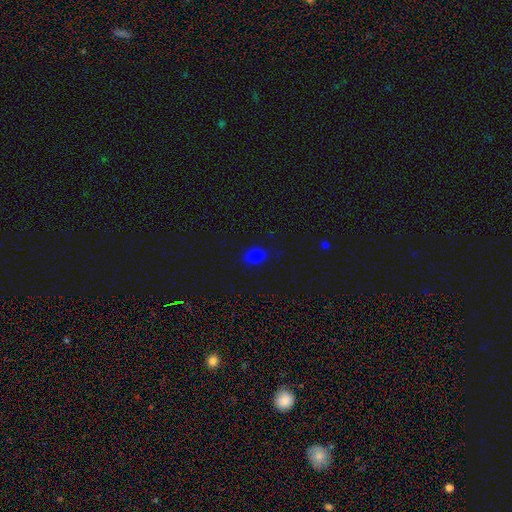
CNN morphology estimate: type=smooth (80%); roundness=in between (84%); merging=none (79%).